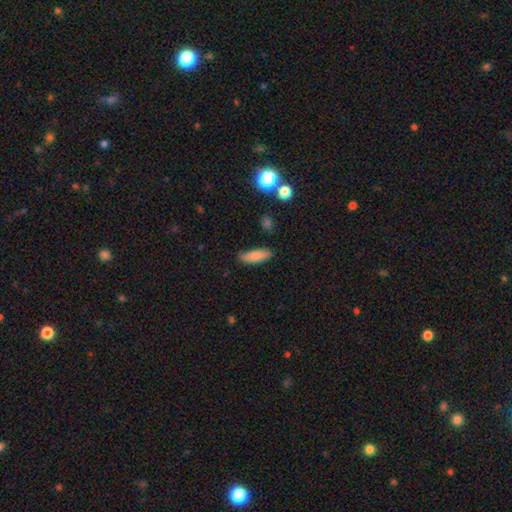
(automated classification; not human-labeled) smooth-or-featured: smooth: 83% | featured or disk: 9% | star or artifact: 8%
  how-rounded: in between: 58% | cigar-shaped: 39% | round: 3%
  merging: none: 83% | minor disturbance: 12% | major disturbance: 3% | merger: 2%